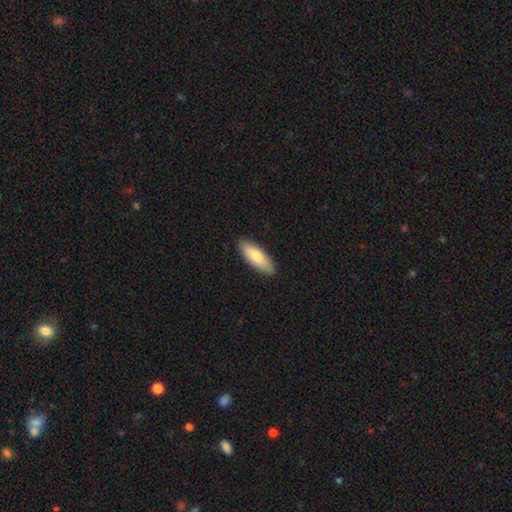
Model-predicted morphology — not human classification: The model was most divided on "how rounded": in between: 63%, cigar-shaped: 36%, round: 2%. More confident: merging — none (88%); smooth or featured — smooth (78%).